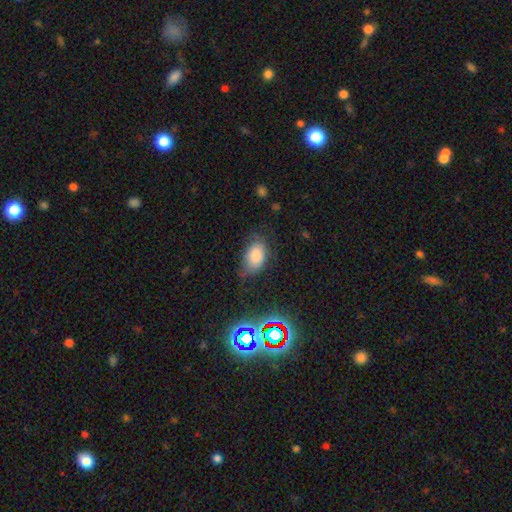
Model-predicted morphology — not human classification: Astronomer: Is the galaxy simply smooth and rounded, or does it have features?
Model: smooth — 79%.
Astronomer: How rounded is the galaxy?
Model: in between — 89%.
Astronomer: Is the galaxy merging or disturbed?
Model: none — 62%.